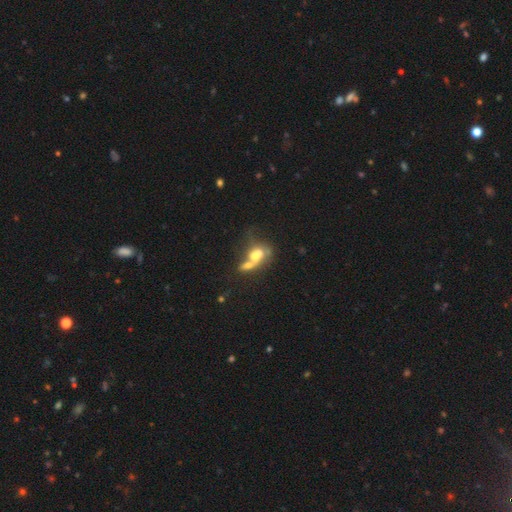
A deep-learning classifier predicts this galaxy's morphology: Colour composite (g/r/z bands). It shows a smooth galaxy with no disk features (51%) that is in between round and cigar-shaped (65%). Merging: merger (67%).